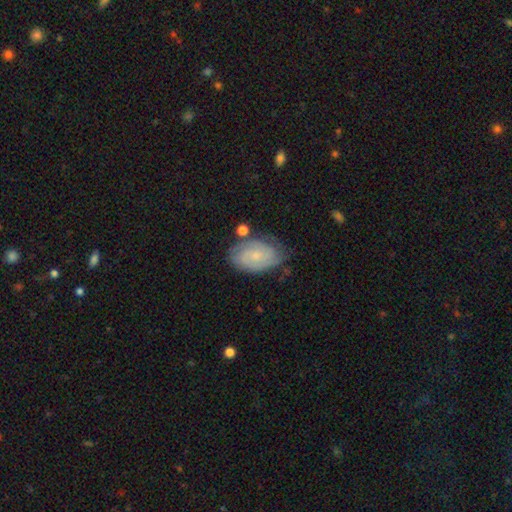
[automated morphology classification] Smooth or featured? Predicted: featured or disk (p=0.59). Edge-on disk? Predicted: no (p=0.96). Bar? Predicted: no (p=0.74). Spiral arms? Predicted: yes (p=0.83). Bulge size? Predicted: small (p=0.75). Merging? Predicted: none (p=0.62).